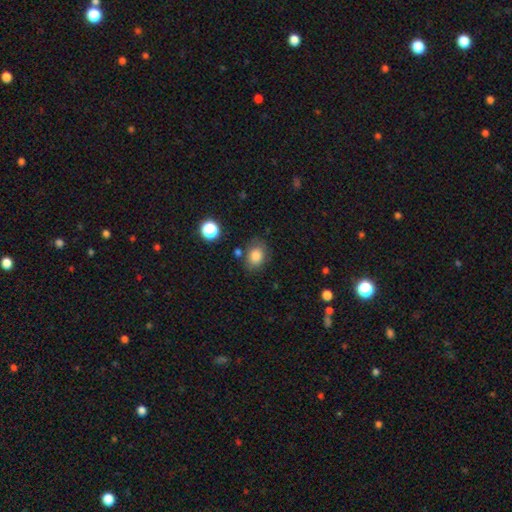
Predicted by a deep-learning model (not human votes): A smooth galaxy with no disk features (82%) that is in between round and cigar-shaped (60%).

Vote fractions:
- Smooth or featured? smooth: 82% / star or artifact: 10% / featured or disk: 8%
- How rounded? in between: 60% / round: 39% / cigar-shaped: 1%
- Merging? none: 72% / minor disturbance: 17% / merger: 5% / major disturbance: 5%